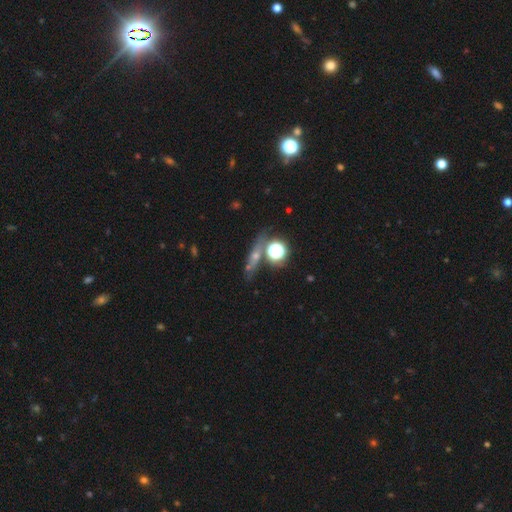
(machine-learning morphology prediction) star or artifact 39%, featured or disk 30%, smooth 30%.